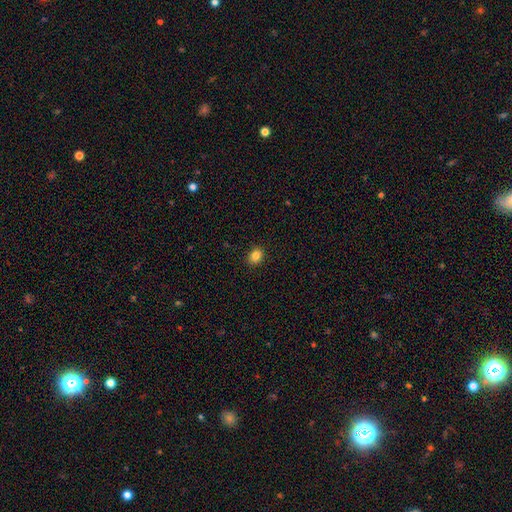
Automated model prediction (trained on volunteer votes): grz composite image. It shows a smooth galaxy with no disk features (84%) that is round (54%). Merging: none (90%).